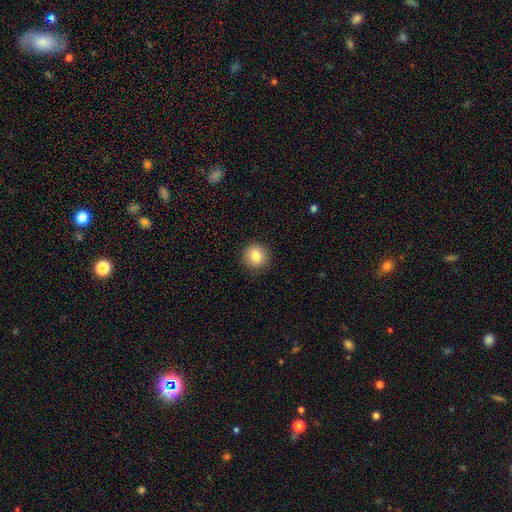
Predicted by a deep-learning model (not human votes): smooth 85%, star or artifact 9%, featured or disk 7%. Down the decision tree: how rounded — round (93%); merging — none (90%).